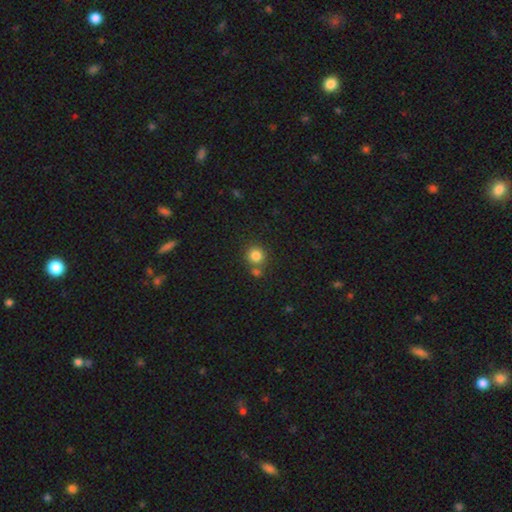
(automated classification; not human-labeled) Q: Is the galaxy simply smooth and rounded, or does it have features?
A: smooth — 83%.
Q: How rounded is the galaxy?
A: round — 91%.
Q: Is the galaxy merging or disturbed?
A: none — 66%.